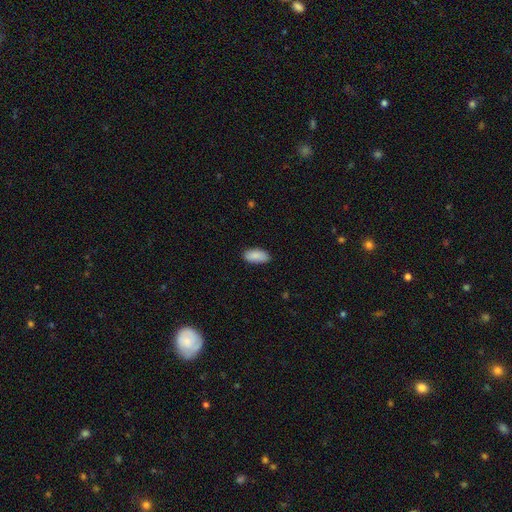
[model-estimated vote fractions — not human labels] smooth 89%, star or artifact 6%, featured or disk 4%. Down the decision tree: how rounded — in between (92%); merging — none (82%).